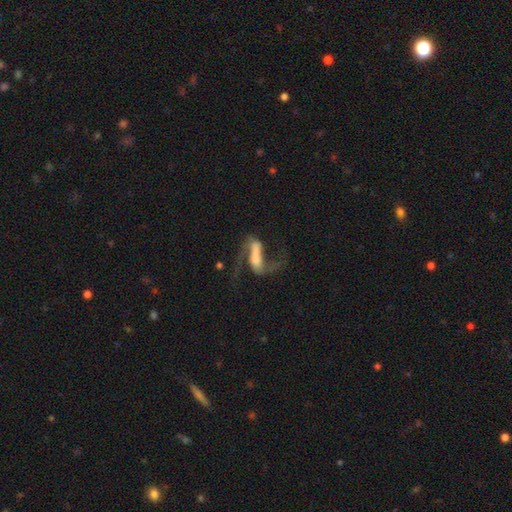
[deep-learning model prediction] The model was most divided on "bulge size" (2-way tie): moderate: 27%, small: 27%, none: 24%, large: 18%, dominant: 5%. Remaining: edge-on disk — no (92%); spiral arms — yes (91%); spiral arm count — 2 (88%); smooth or featured — featured or disk (79%); spiral winding — loose (73%); bar — strong (55%); merging — none (49%).